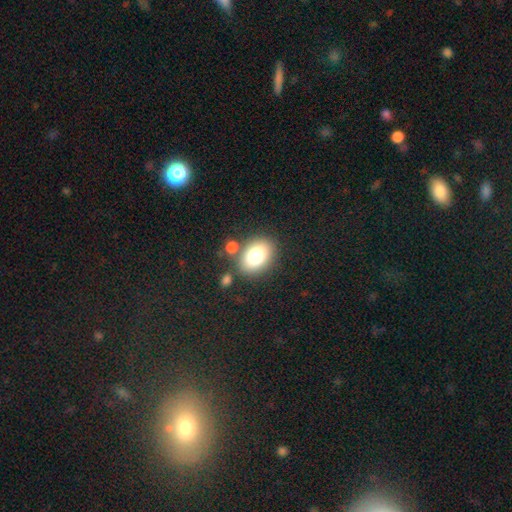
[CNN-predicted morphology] smooth 80%, featured or disk 10%, star or artifact 10%. Down the decision tree: how rounded — in between (70%); merging — none (76%).